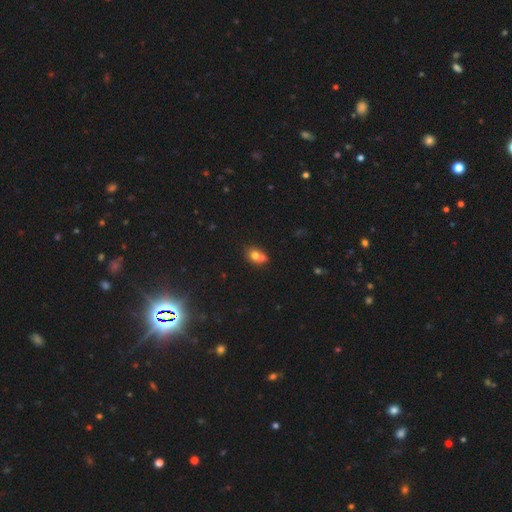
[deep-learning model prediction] Smooth or featured: smooth — 71% (featured or disk — 17%)
How rounded: round — 62% (in between — 37%)
Merging: merger — 52% (none — 37%)